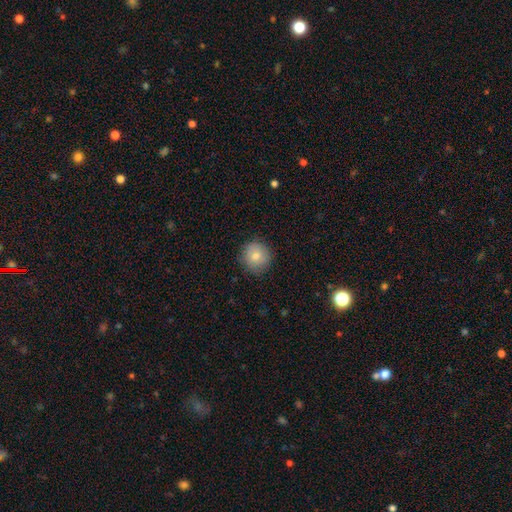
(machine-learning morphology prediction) A smooth galaxy with no disk features (80%) that is round (93%). Merging: none (86%).